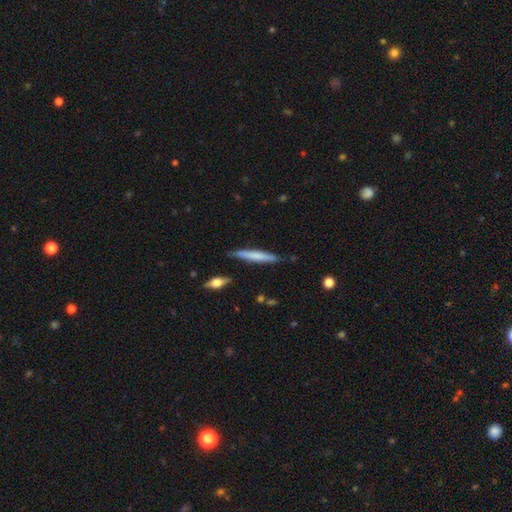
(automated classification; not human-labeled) Overall: smooth (65%; featured or disk 29%). How rounded: cigar-shaped (93%). Merging: none (83%).